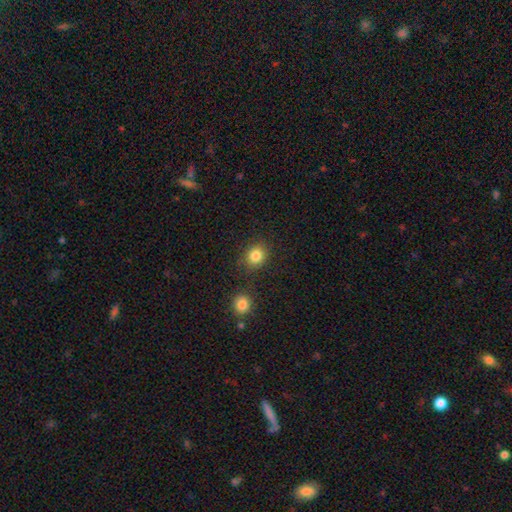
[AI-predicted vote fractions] smooth_or_featured: smooth (p=0.83) [alt: star or artifact p=0.11]
how_rounded: round (p=0.75) [alt: in between p=0.24]
merging: none (p=0.81) [alt: minor disturbance p=0.10]